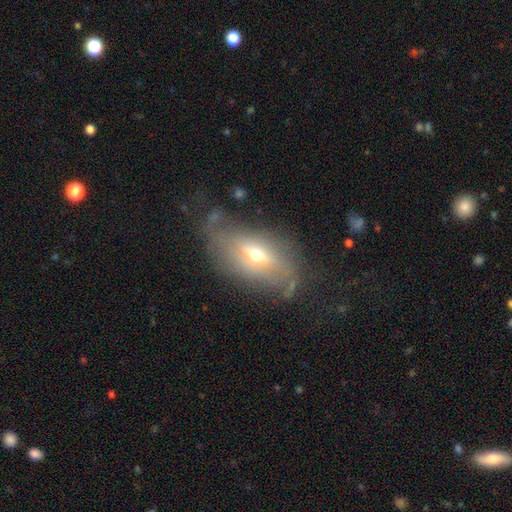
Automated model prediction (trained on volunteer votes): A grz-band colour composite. It shows a featured or disk galaxy (46%). Merging: none (50%).